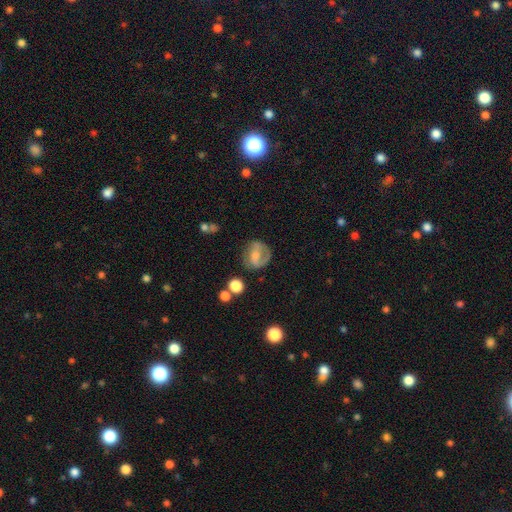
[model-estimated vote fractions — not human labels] A featured or disk galaxy (56%) with a weak bar (43%), spiral arms (75%) and a small central bulge (43%).

Vote fractions:
- Smooth or featured? featured or disk: 56% / smooth: 36% / star or artifact: 8%
- Edge-on disk? no: 96% / yes: 4%
- Bar? weak: 43% / no: 31% / strong: 26%
- Spiral arms? yes: 75% / no: 25%
- Bulge size? small: 43% / moderate: 41% / none: 10% / large: 4% / dominant: 1%
- Merging? none: 63% / minor disturbance: 22% / major disturbance: 12% / merger: 3%